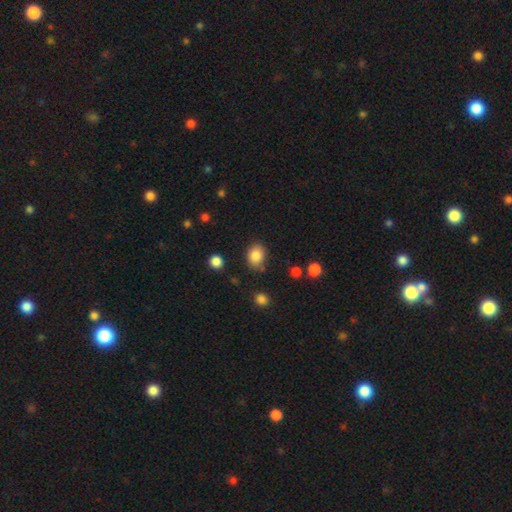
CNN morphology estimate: A smooth galaxy with no disk features (85%) that is in between round and cigar-shaped (53%).

Vote fractions:
- Smooth or featured? smooth: 85% / star or artifact: 9% / featured or disk: 6%
- How rounded? in between: 53% / round: 46% / cigar-shaped: 1%
- Merging? none: 80% / minor disturbance: 13% / merger: 4% / major disturbance: 4%